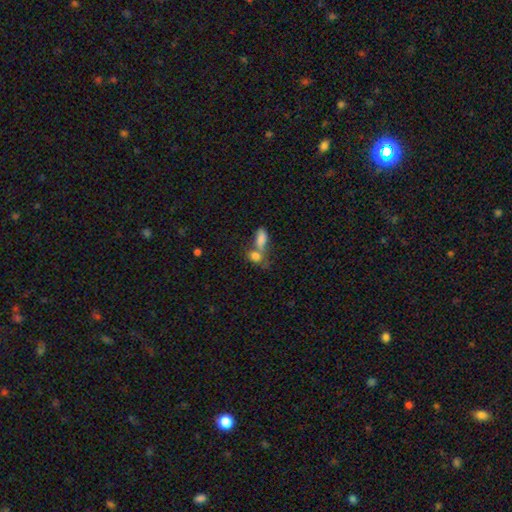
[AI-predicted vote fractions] Morphology: type=smooth (80%); roundness=in between (70%); merging=merger (58%).